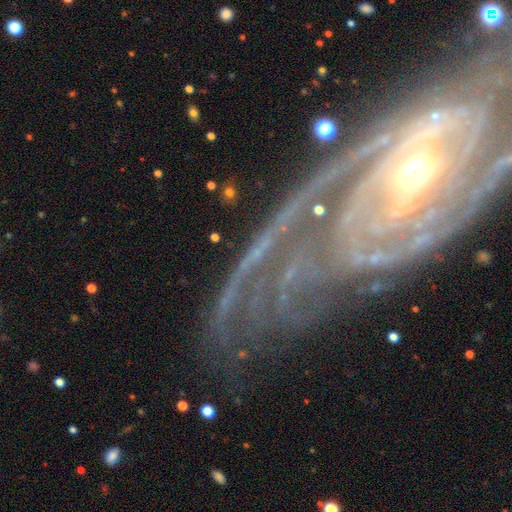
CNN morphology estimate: This appears to be a featured or disk galaxy (84%) with no bar (45%), 2 (28%) tight (66%) spiral arms (92%) and a moderate central bulge (51%). Merging: none (67%).